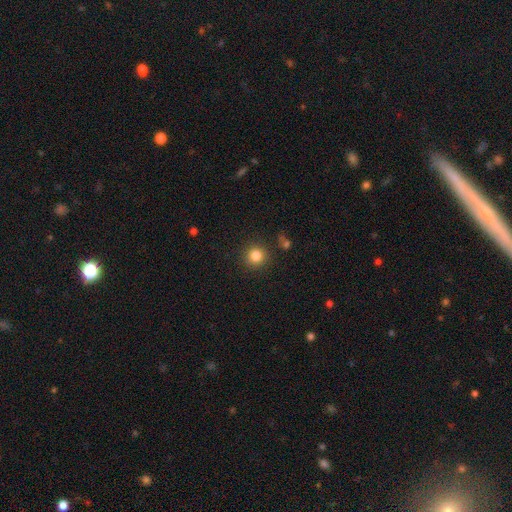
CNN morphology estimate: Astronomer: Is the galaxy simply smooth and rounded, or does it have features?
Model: smooth — 83%.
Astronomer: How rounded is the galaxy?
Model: round — 94%.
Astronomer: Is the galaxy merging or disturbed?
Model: none — 88%.